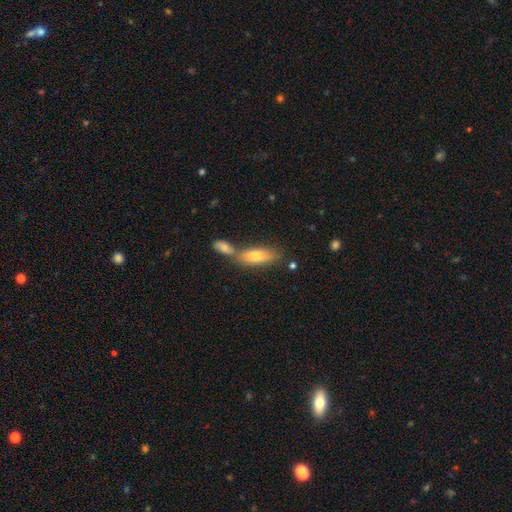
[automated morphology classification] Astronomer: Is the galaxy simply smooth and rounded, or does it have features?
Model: smooth — 68%.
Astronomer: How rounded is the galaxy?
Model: in between — 66%.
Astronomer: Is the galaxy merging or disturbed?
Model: none — 45% (runner-up: merger, 42%).